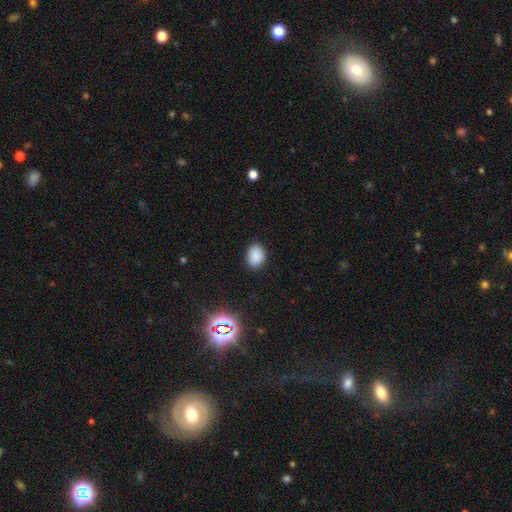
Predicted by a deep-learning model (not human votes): smooth-or-featured: smooth: 85% | star or artifact: 11% | featured or disk: 3%
  how-rounded: in between: 65% | round: 34% | cigar-shaped: 1%
  merging: none: 86% | minor disturbance: 10% | major disturbance: 2% | merger: 1%